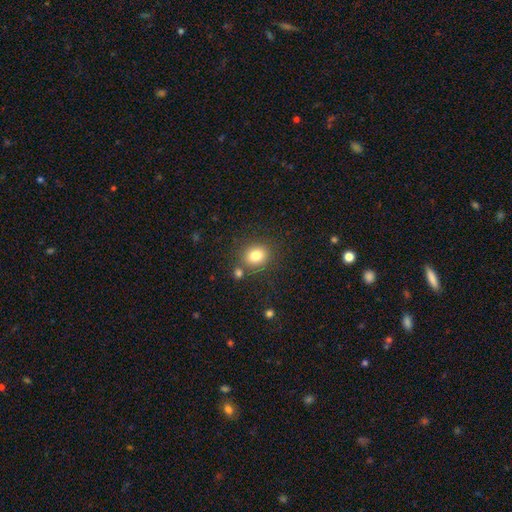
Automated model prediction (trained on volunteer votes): Smooth or featured? Predicted: smooth (p=0.81). How rounded? Predicted: round (p=0.64). Merging? Predicted: none (p=0.77).